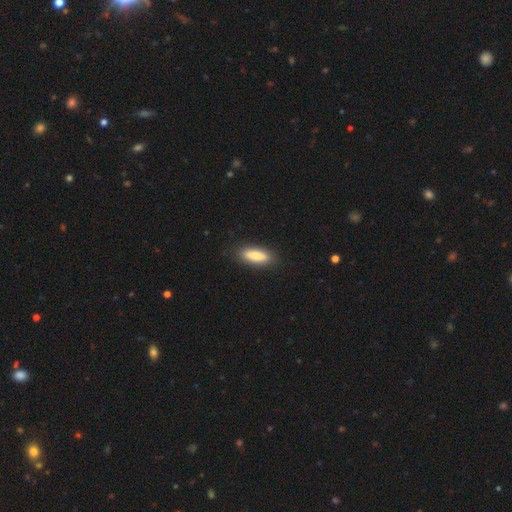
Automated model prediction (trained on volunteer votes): This appears to be a smooth galaxy with no disk features (80%) that is in between round and cigar-shaped (52%). Merging: none (87%).